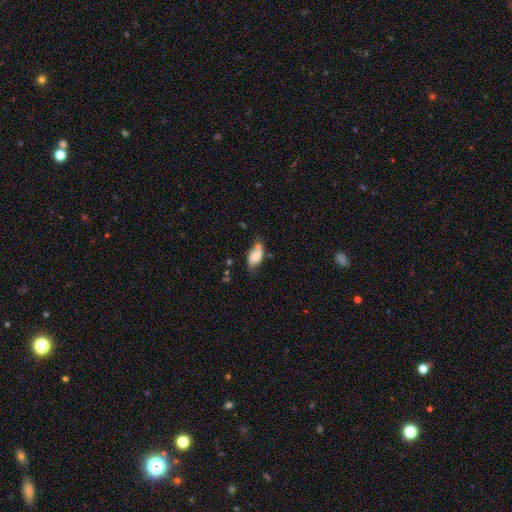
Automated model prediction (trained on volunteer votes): A smooth galaxy with no disk features (70%) that is in between round and cigar-shaped (89%).

Vote fractions:
- Smooth or featured? smooth: 70% / featured or disk: 22% / star or artifact: 8%
- How rounded? in between: 89% / cigar-shaped: 7% / round: 4%
- Merging? none: 47% / minor disturbance: 33% / major disturbance: 11% / merger: 9%